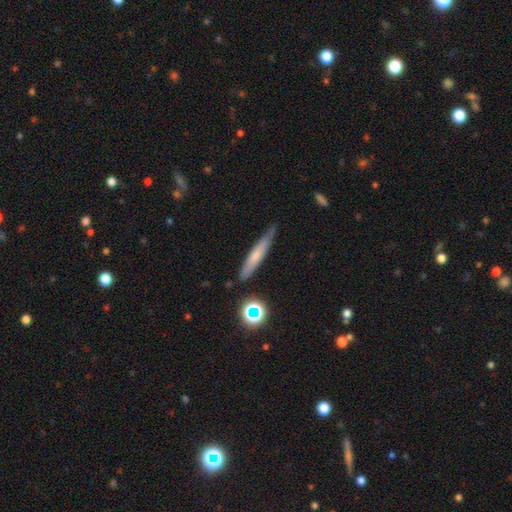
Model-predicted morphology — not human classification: A smooth galaxy with no disk features (58%) that is cigar-shaped (90%). Merging: none (75%).